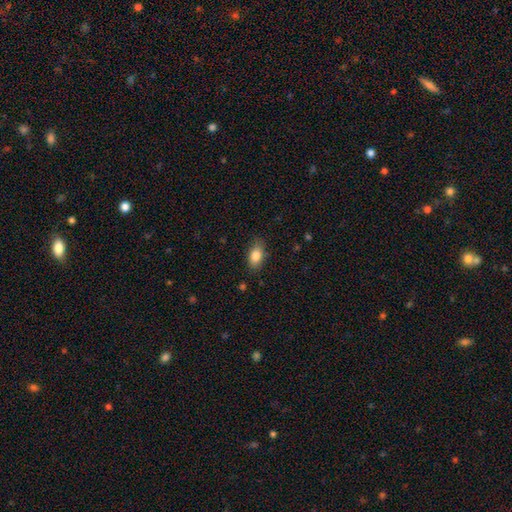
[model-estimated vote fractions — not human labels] Q: Smooth or featured?
A: smooth (83%); runner-up: featured or disk (9%)
Q: How rounded?
A: in between (87%); runner-up: round (8%)
Q: Merging?
A: none (79%); runner-up: minor disturbance (17%)